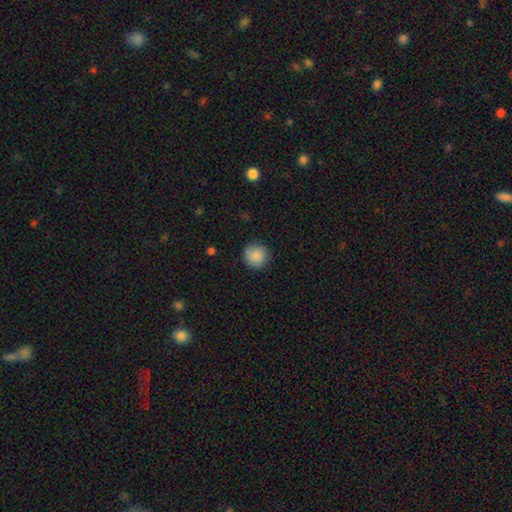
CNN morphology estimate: smooth-or-featured: smooth: 87% | star or artifact: 8% | featured or disk: 5%
  how-rounded: round: 93% | in between: 6% | cigar-shaped: 1%
  merging: none: 87% | minor disturbance: 10% | major disturbance: 2% | merger: 1%